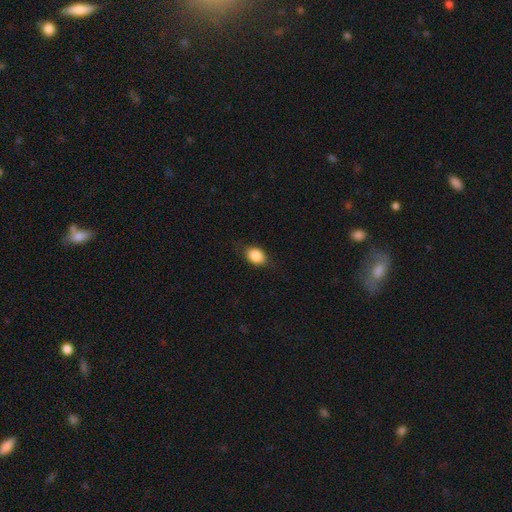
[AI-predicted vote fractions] Smooth or featured? smooth (86%)
How rounded? in between (71%)
Merging? none (80%)